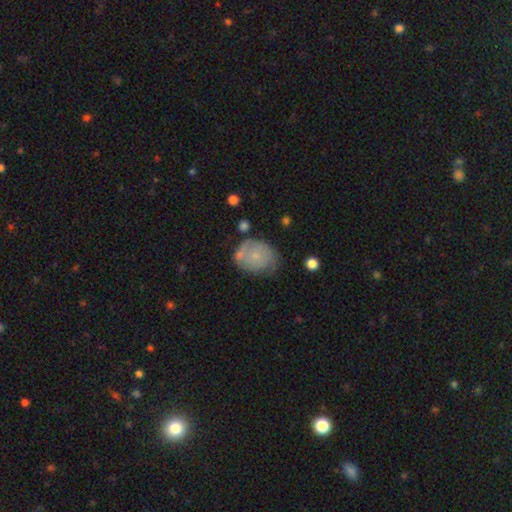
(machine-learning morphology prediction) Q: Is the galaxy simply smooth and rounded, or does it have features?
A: smooth — 54%.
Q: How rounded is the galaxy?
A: round — 57%.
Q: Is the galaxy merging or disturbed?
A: none — 50%.